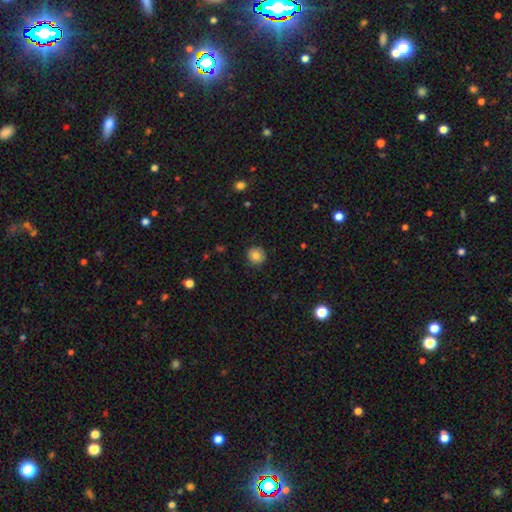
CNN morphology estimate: smooth_or_featured: smooth (p=0.82) [alt: star or artifact p=0.10]
how_rounded: round (p=0.89) [alt: in between p=0.10]
merging: none (p=0.88) [alt: minor disturbance p=0.09]